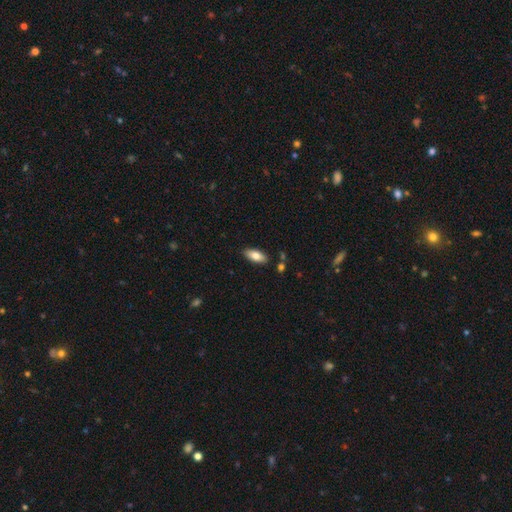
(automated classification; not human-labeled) smooth_or_featured: smooth (p=0.76) [alt: featured or disk p=0.18]
how_rounded: in between (p=0.83) [alt: cigar-shaped p=0.14]
merging: none (p=0.86) [alt: minor disturbance p=0.10]